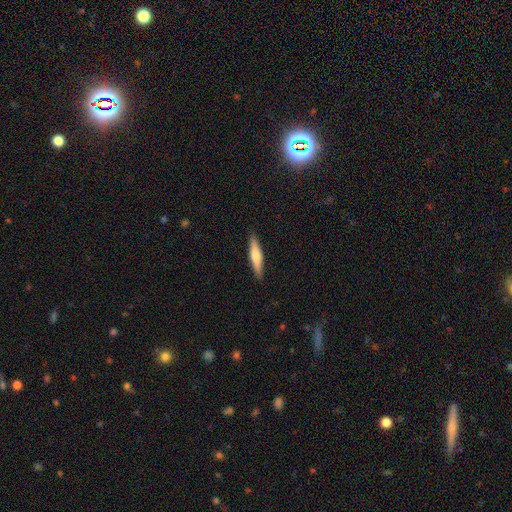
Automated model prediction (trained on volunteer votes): smooth_or_featured: smooth (p=0.59) [alt: featured or disk p=0.35]
how_rounded: cigar-shaped (p=0.84) [alt: in between p=0.14]
merging: none (p=0.90) [alt: minor disturbance p=0.07]